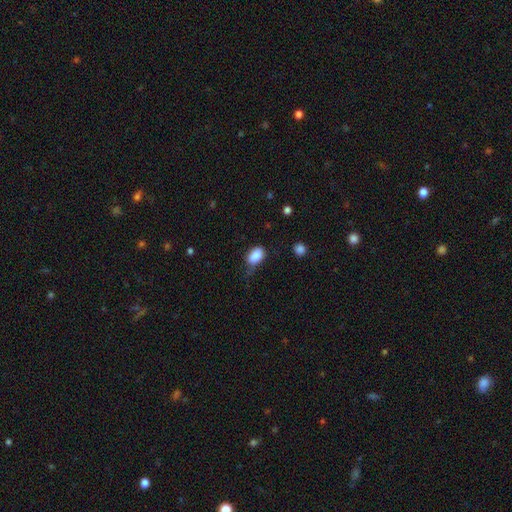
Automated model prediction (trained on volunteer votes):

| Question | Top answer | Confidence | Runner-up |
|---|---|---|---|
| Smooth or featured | smooth | 87% | star or artifact (8%) |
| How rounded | in between | 87% | round (12%) |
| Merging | none | 59% | minor disturbance (29%) |